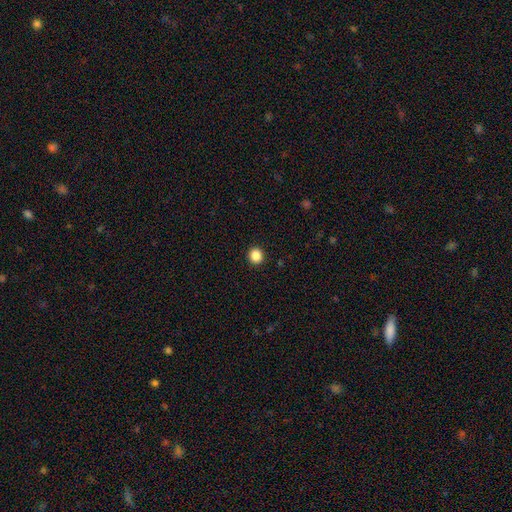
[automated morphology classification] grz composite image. It shows a smooth galaxy with no disk features (87%) that is round (88%). Merging: none (93%).